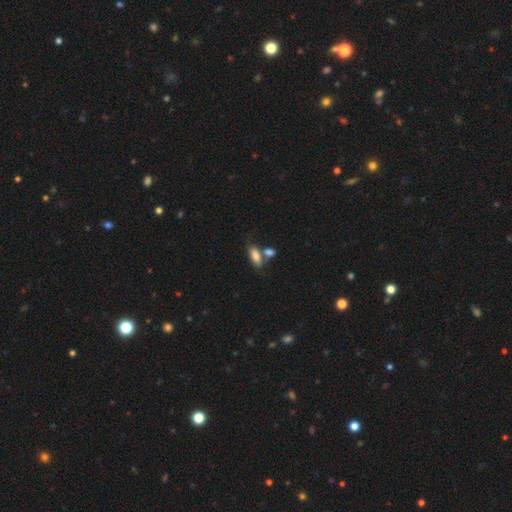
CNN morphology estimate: type=smooth (82%); roundness=in between (80%); merging=none (47%).